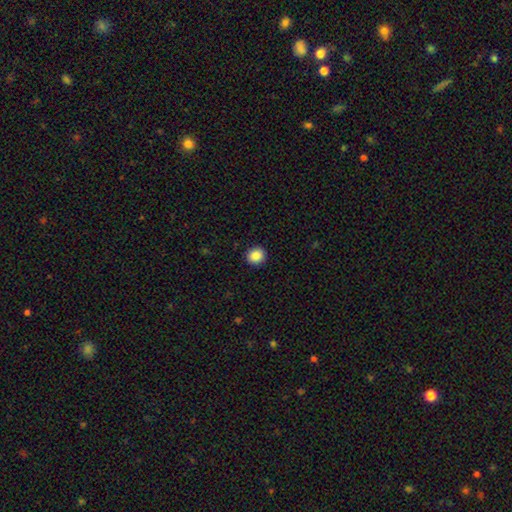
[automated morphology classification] smooth_or_featured: smooth (p=0.88) [alt: star or artifact p=0.09]
how_rounded: round (p=0.84) [alt: in between p=0.15]
merging: none (p=0.92) [alt: minor disturbance p=0.05]